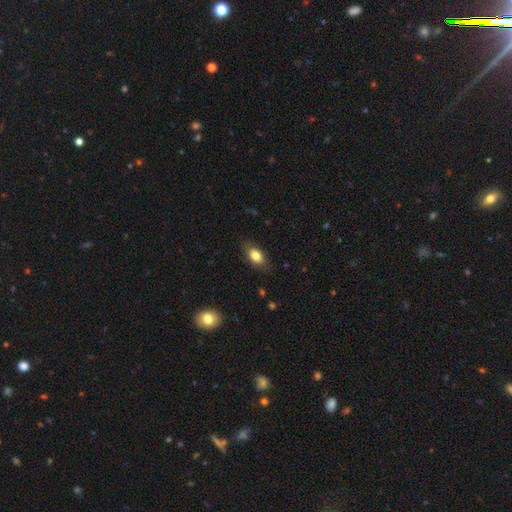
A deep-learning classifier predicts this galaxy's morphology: Smooth or featured?
  - smooth: 79% *
  - featured or disk: 14%
  - star or artifact: 7%
How rounded?
  - in between: 86% *
  - round: 8%
  - cigar-shaped: 6%
Merging?
  - none: 81% *
  - minor disturbance: 15%
  - major disturbance: 4%
  - merger: 1%